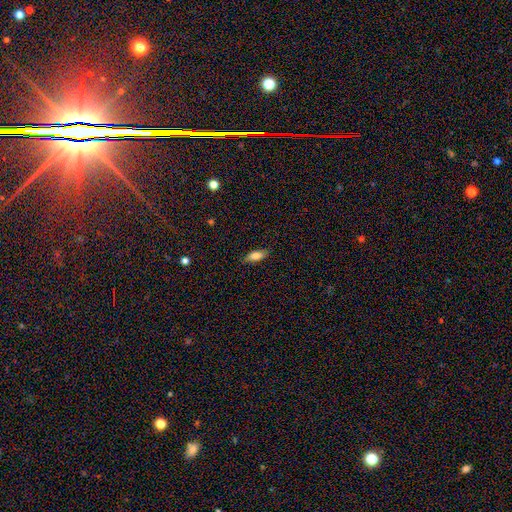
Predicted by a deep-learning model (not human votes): A smooth galaxy with no disk features (80%) that is in between round and cigar-shaped (74%).

Vote fractions:
- Smooth or featured? smooth: 80% / featured or disk: 13% / star or artifact: 7%
- How rounded? in between: 74% / cigar-shaped: 23% / round: 2%
- Merging? none: 84% / minor disturbance: 12% / major disturbance: 3% / merger: 1%